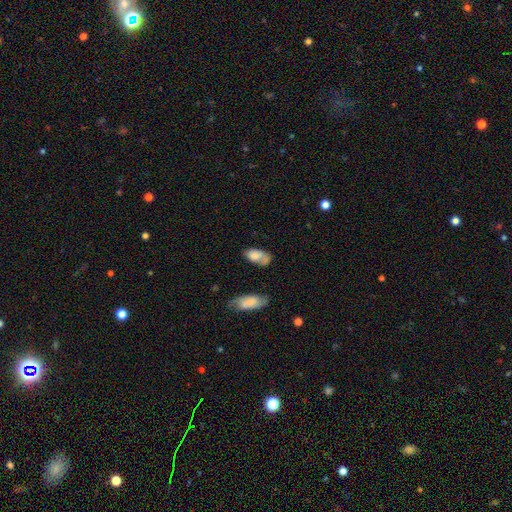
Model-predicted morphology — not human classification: type=smooth (73%); roundness=in between (91%); merging=none (45%).